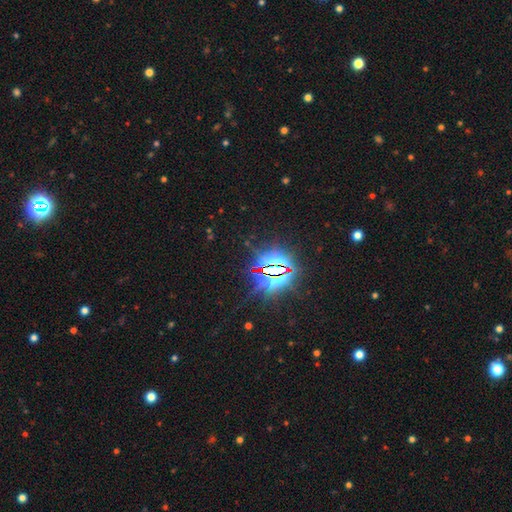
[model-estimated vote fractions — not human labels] This appears to be a star or artifact, not a galaxy (84%).